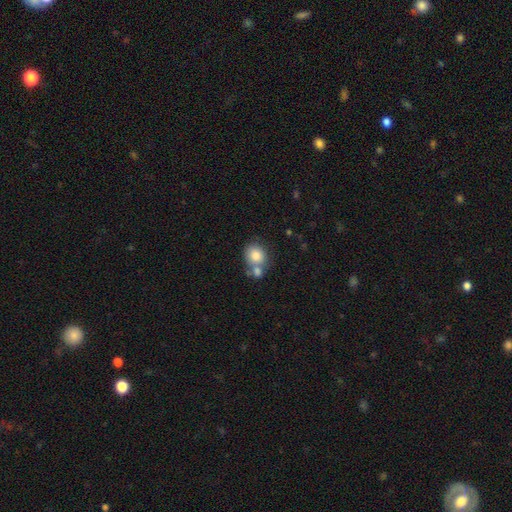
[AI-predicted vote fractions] smooth_or_featured: smooth (p=0.81) [alt: featured or disk p=0.10]
how_rounded: round (p=0.69) [alt: in between p=0.30]
merging: none (p=0.45) [alt: merger p=0.39]